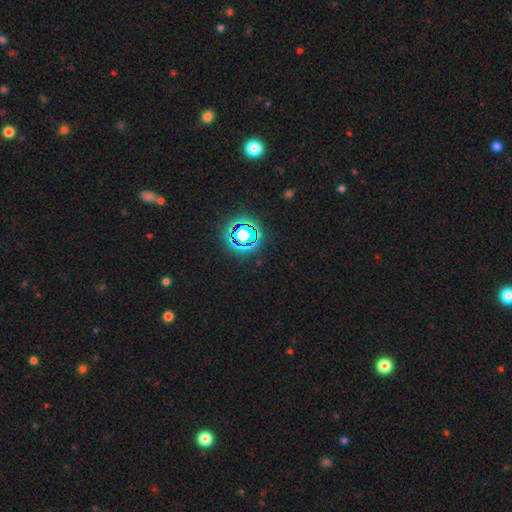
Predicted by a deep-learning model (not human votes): Smooth or featured? star or artifact (75%)